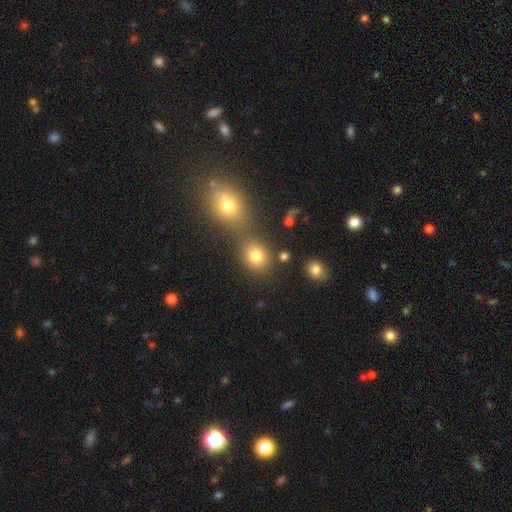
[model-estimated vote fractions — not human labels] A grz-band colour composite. It shows a smooth galaxy with no disk features (76%) that is round (68%). Merging: none (57%).